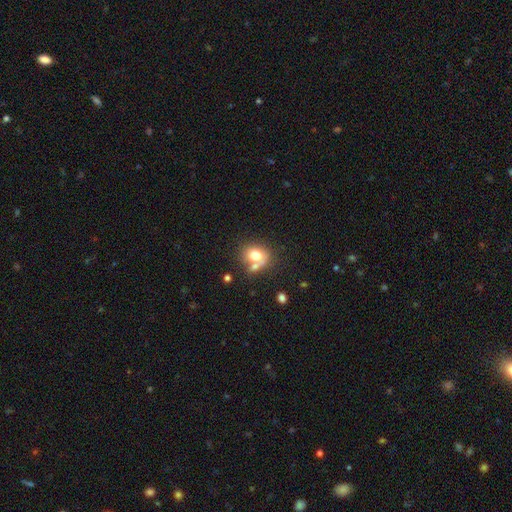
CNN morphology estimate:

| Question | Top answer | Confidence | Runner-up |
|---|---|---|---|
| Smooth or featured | smooth | 73% | featured or disk (16%) |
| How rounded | round | 58% | in between (41%) |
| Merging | none | 45% | merger (34%) |